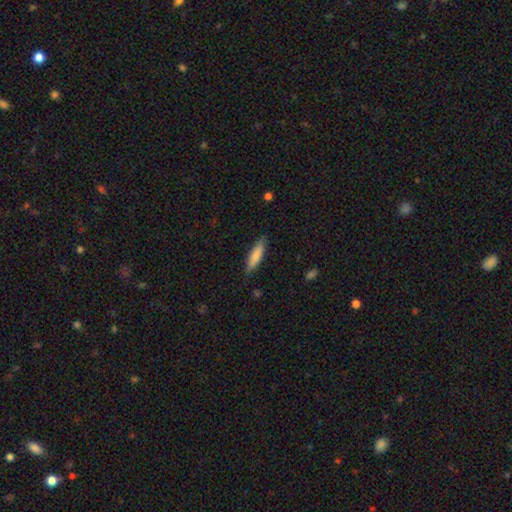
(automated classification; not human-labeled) smooth 78%, featured or disk 16%, star or artifact 6%. Down the decision tree: how rounded — cigar-shaped (67%); merging — none (84%).